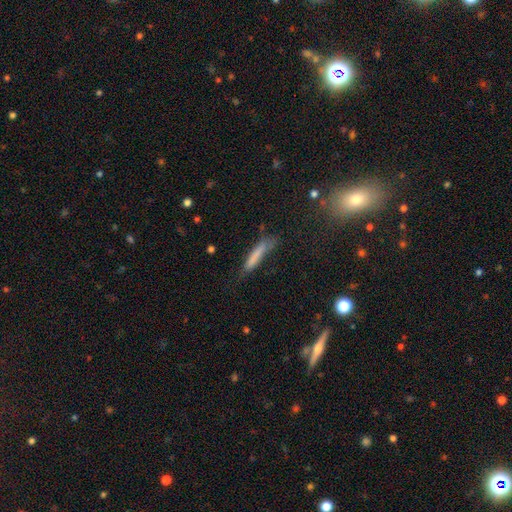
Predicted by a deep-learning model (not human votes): Smooth or featured? Predicted: smooth (p=0.72). How rounded? Predicted: cigar-shaped (p=0.91). Merging? Predicted: none (p=0.56).